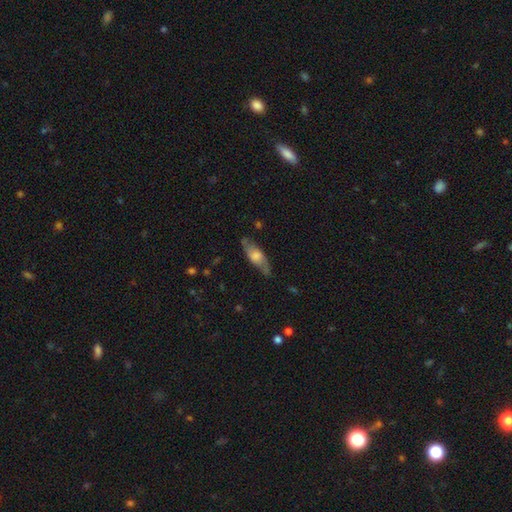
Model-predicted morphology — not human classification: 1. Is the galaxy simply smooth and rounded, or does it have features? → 53% smooth, 41% featured or disk, 6% star or artifact.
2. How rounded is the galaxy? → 58% in between, 39% cigar-shaped, 3% round.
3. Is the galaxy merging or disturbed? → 76% none, 18% minor disturbance, 4% major disturbance, 2% merger.